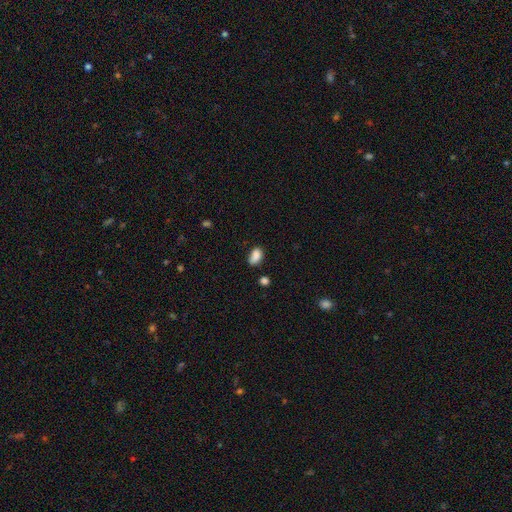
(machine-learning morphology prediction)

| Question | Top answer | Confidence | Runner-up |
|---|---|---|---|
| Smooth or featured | smooth | 85% | star or artifact (9%) |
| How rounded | in between | 88% | round (10%) |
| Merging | none | 64% | minor disturbance (26%) |